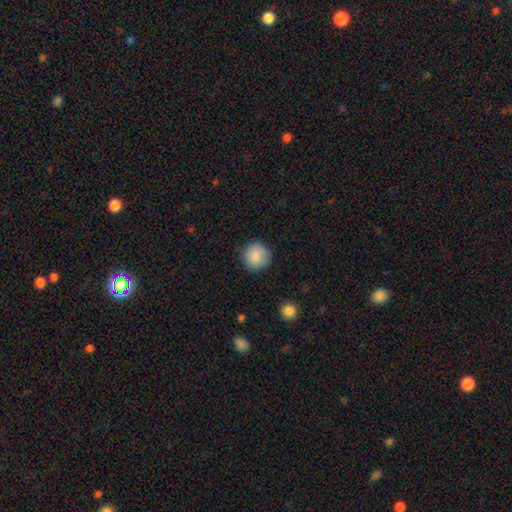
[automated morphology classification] A smooth galaxy with no disk features (88%) that is round (94%).

Vote fractions:
- Smooth or featured? smooth: 88% / star or artifact: 8% / featured or disk: 5%
- How rounded? round: 94% / in between: 5% / cigar-shaped: 1%
- Merging? none: 89% / minor disturbance: 8% / major disturbance: 2% / merger: 1%